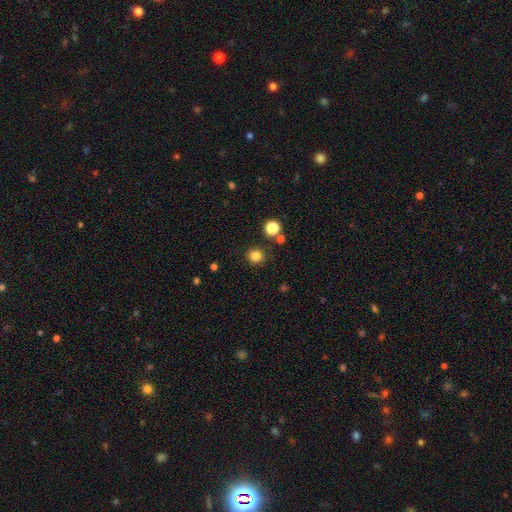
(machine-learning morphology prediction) This appears to be a smooth galaxy with no disk features (82%) that is round (92%). Merging: none (88%).